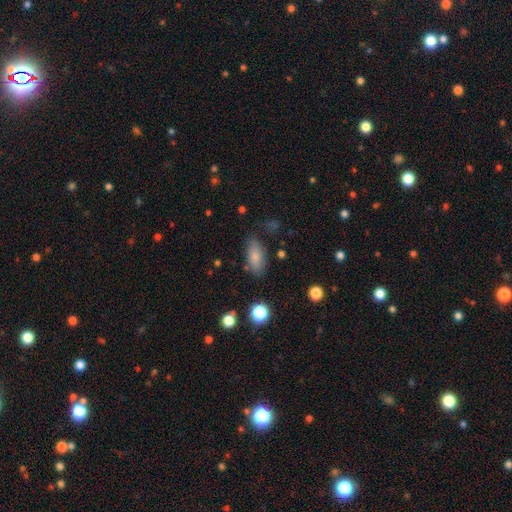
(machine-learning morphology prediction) This appears to be a smooth galaxy with no disk features (81%) that is in between round and cigar-shaped (87%). Merging: none (75%).